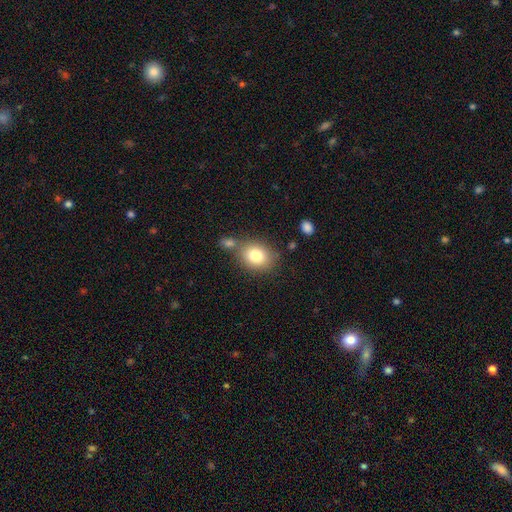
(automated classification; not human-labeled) This appears to be a smooth galaxy with no disk features (80%) that is in between round and cigar-shaped (53%). Merging: none (63%).